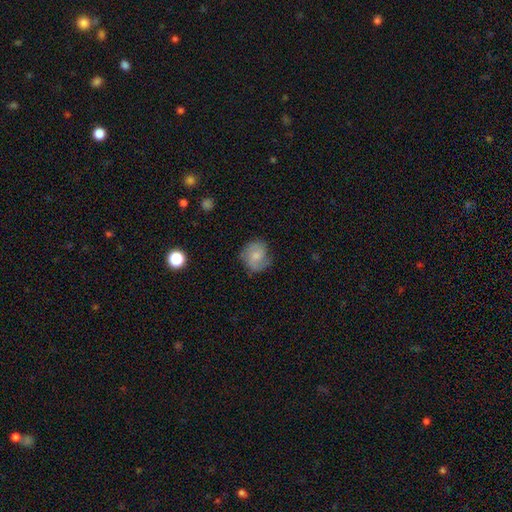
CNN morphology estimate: Q: Smooth or featured?
A: smooth (65%); runner-up: featured or disk (27%)
Q: How rounded?
A: round (77%); runner-up: in between (22%)
Q: Merging?
A: none (70%); runner-up: minor disturbance (22%)